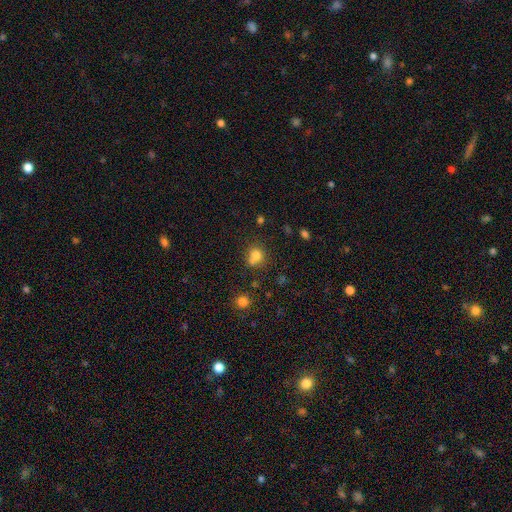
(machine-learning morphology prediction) Q: Smooth or featured?
A: smooth (77%); runner-up: star or artifact (14%)
Q: How rounded?
A: round (81%); runner-up: in between (18%)
Q: Merging?
A: none (56%); runner-up: merger (27%)